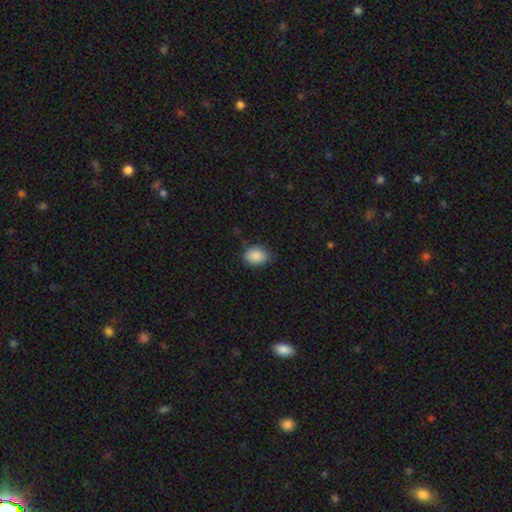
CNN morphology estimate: A smooth galaxy with no disk features (88%) that is in between round and cigar-shaped (66%). Merging: none (78%).